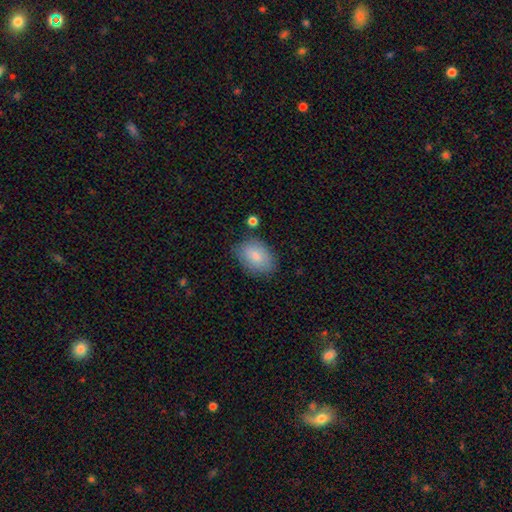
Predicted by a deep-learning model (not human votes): The model was most divided on "merging": none: 76%, minor disturbance: 17%, major disturbance: 4%, merger: 3%. More confident: how rounded — in between (88%); smooth or featured — smooth (83%).